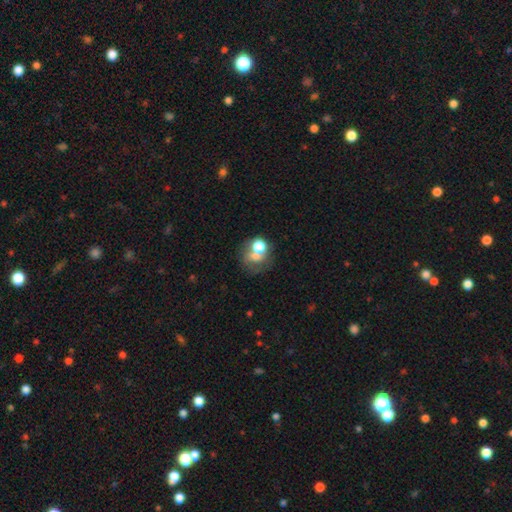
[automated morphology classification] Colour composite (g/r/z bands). It shows a smooth galaxy with no disk features (60%) that is round (66%). Merging: merger (44%).